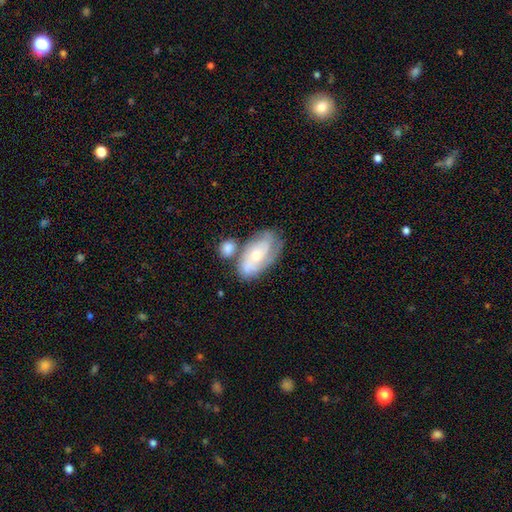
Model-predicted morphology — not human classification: The model was most divided on "spiral arm count": can't tell: 38%, 2: 34%, 3: 16%, 1: 5%, 4: 4%, more than 4: 3%. Remaining: edge-on disk — no (94%); spiral arms — yes (83%); bar — no (70%); smooth or featured — featured or disk (66%); bulge size — moderate (53%); merging — none (51%); spiral winding — tight (50%).